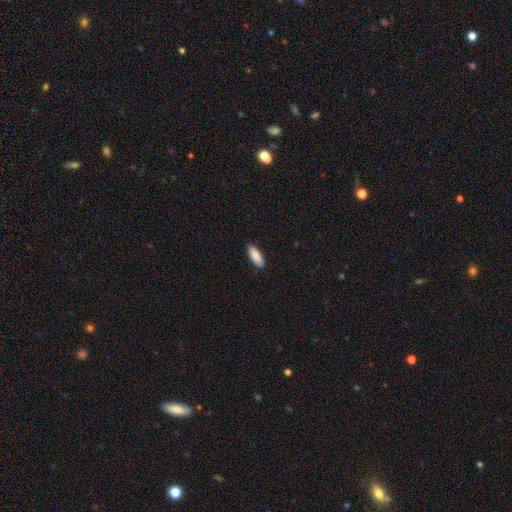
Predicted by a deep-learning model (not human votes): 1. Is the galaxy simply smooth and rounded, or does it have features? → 87% smooth, 7% featured or disk, 6% star or artifact.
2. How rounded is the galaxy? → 67% in between, 31% cigar-shaped, 2% round.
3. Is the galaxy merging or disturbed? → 88% none, 9% minor disturbance, 2% major disturbance, 1% merger.